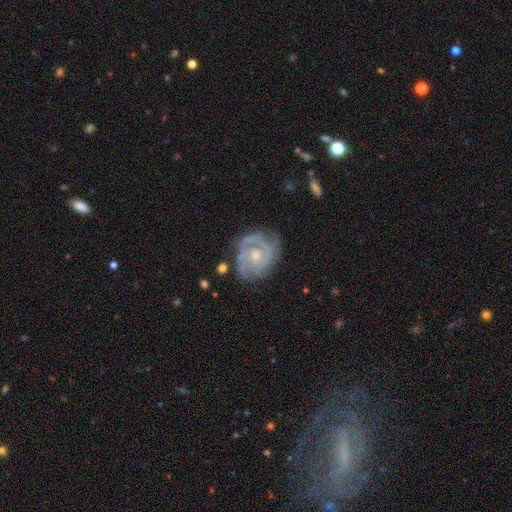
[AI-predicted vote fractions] Smooth or featured: featured or disk — 85% (smooth — 10%)
Edge-on disk: no — 98% (yes — 2%)
Bar: no — 72% (weak — 24%)
Spiral arms: yes — 93% (no — 7%)
Spiral winding: tight — 63% (medium — 30%)
Spiral arm count: 2 — 44% (can't tell — 22%)
Bulge size: moderate — 48% (small — 46%)
Merging: none — 67% (minor disturbance — 21%)